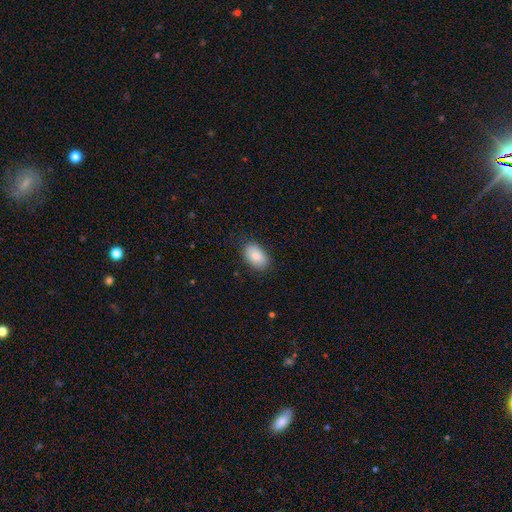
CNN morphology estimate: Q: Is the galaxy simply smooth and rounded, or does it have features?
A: smooth — 87%.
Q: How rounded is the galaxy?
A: in between — 92%.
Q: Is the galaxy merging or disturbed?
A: none — 84%.